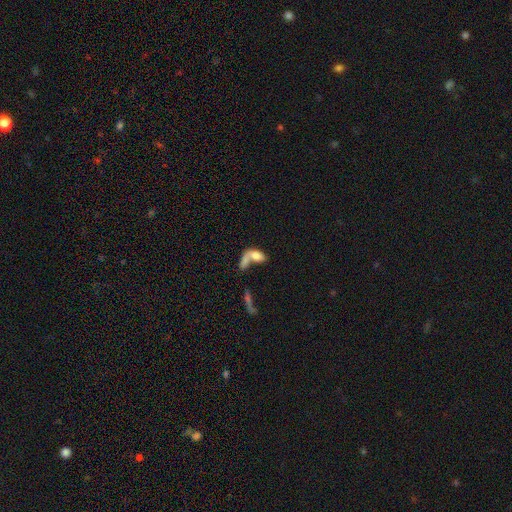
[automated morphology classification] Smooth or featured?
  - smooth: 66% *
  - featured or disk: 24%
  - star or artifact: 10%
How rounded?
  - in between: 81% *
  - cigar-shaped: 11%
  - round: 7%
Merging?
  - merger: 57% *
  - none: 20%
  - major disturbance: 14%
  - minor disturbance: 9%